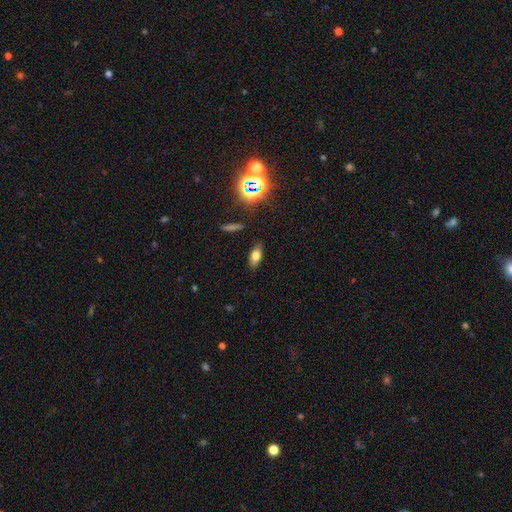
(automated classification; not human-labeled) A smooth galaxy with no disk features (67%) that is in between round and cigar-shaped (78%).

Vote fractions:
- Smooth or featured? smooth: 67% / featured or disk: 17% / star or artifact: 15%
- How rounded? in between: 78% / cigar-shaped: 16% / round: 6%
- Merging? none: 85% / minor disturbance: 11% / major disturbance: 3% / merger: 2%